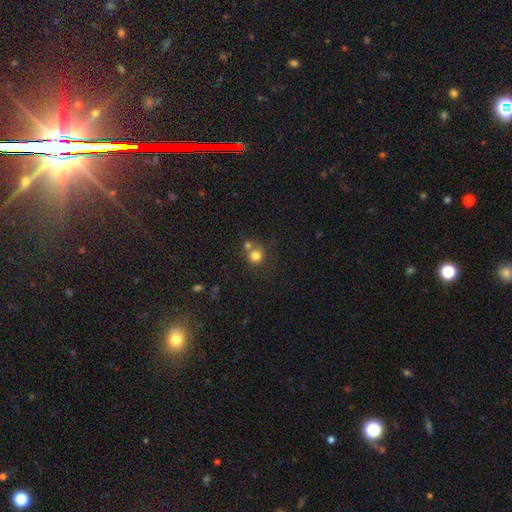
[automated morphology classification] This appears to be a smooth galaxy with no disk features (78%) that is round (89%). Merging: none (52%).